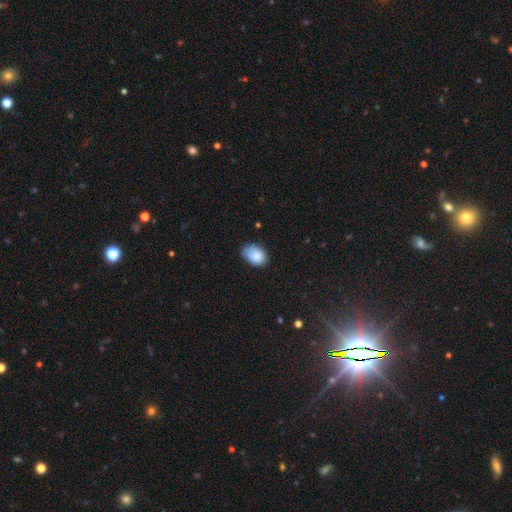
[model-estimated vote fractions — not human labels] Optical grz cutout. It shows a smooth galaxy with no disk features (87%) that is in between round and cigar-shaped (82%). Merging: none (70%).